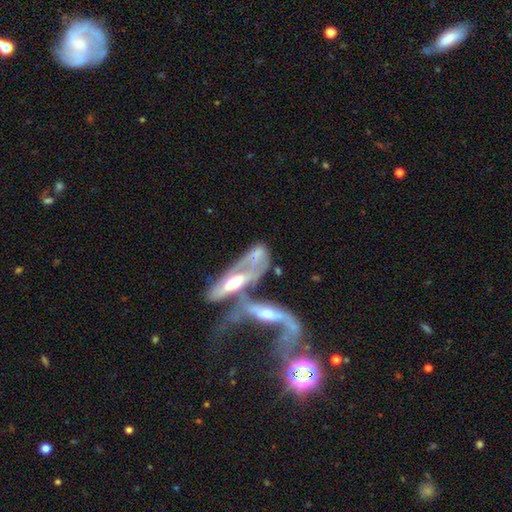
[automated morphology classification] Smooth or featured? Predicted: featured or disk (p=0.60). Edge-on disk? Predicted: no (p=0.67). Merging? Predicted: merger (p=0.59).